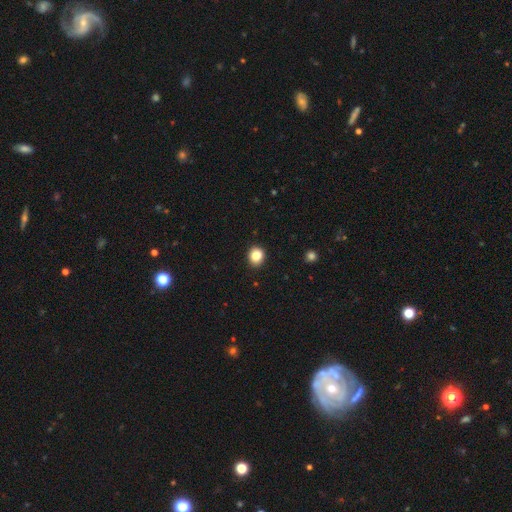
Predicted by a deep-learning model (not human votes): smooth 85%, star or artifact 10%, featured or disk 5%. Down the decision tree: how rounded — round (68%); merging — none (90%).